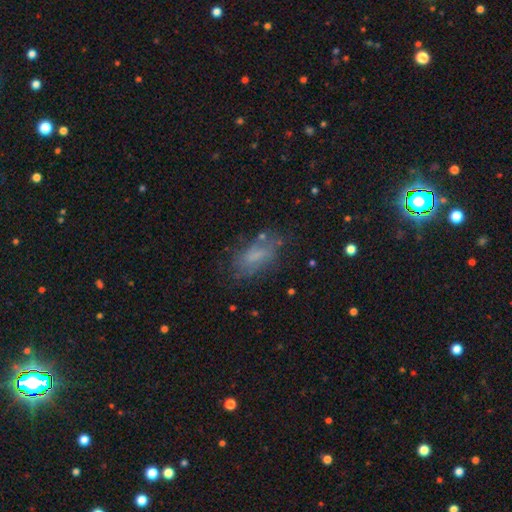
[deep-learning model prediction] Morphology: type=smooth (59%); roundness=in between (85%); merging=none (59%).